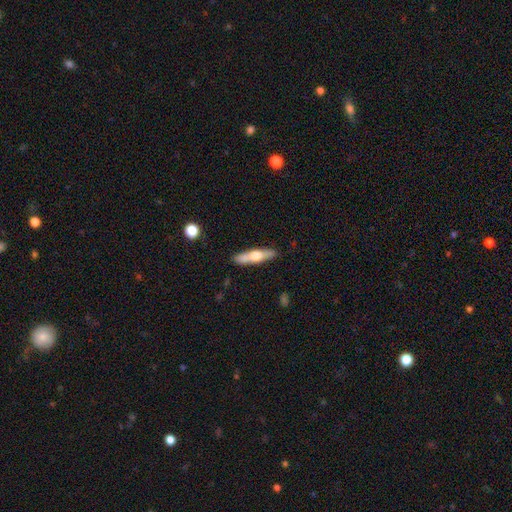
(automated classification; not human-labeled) This is possibly a featured or disk galaxy (50%). It is clearly viewed edge-on (91%). Merging: clearly none (83%).